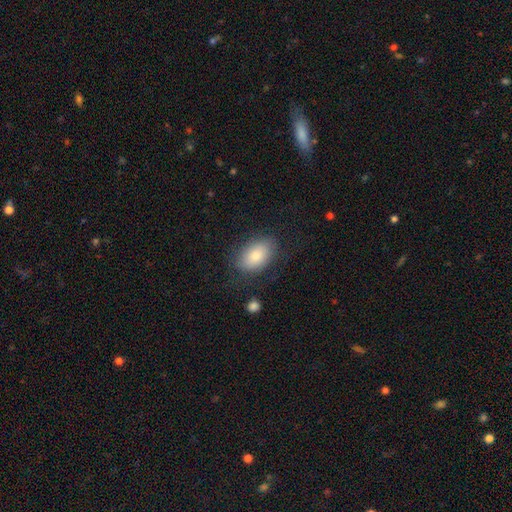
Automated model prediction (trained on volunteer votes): Overall: smooth (80%). How rounded: in between (89%). Merging: none (77%).